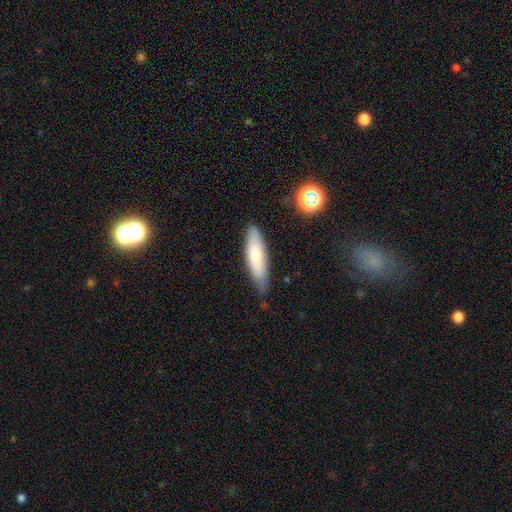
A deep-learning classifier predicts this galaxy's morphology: The model was most divided on "how rounded": cigar-shaped: 65%, in between: 34%, round: 2%. More confident: merging — none (75%); smooth or featured — smooth (72%).